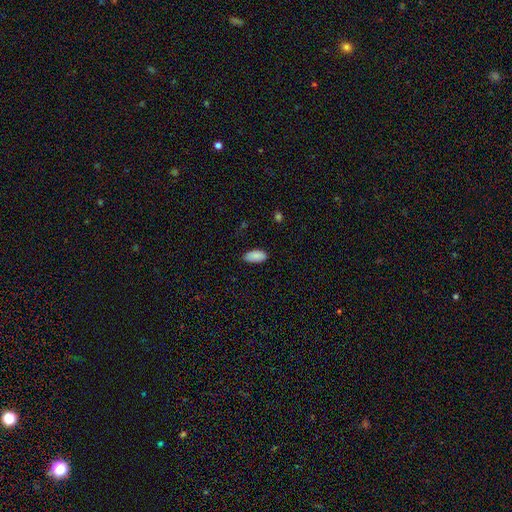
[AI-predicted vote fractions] Smooth or featured? Predicted: smooth (p=0.89). How rounded? Predicted: in between (p=0.93). Merging? Predicted: none (p=0.84).